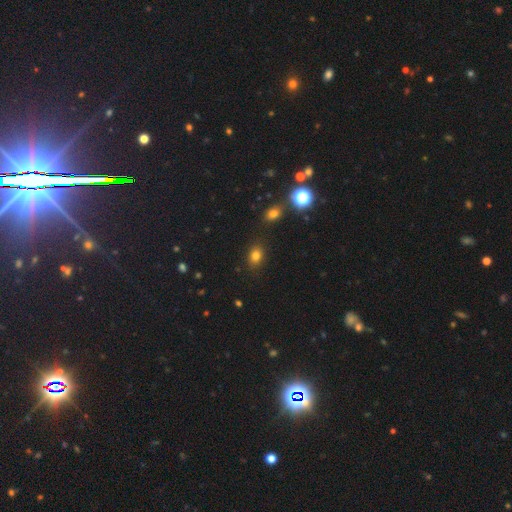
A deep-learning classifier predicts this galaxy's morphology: Smooth or featured? smooth (78%)
How rounded? in between (64%)
Merging? none (86%)